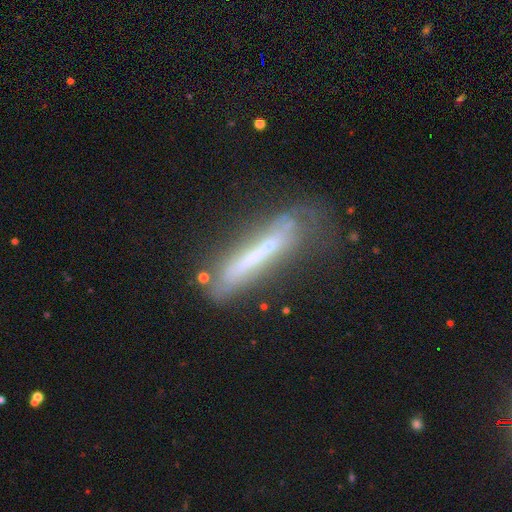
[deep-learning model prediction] Morphology: type=featured or disk (61%); edge-on=yes (71%); merging=none (55%).